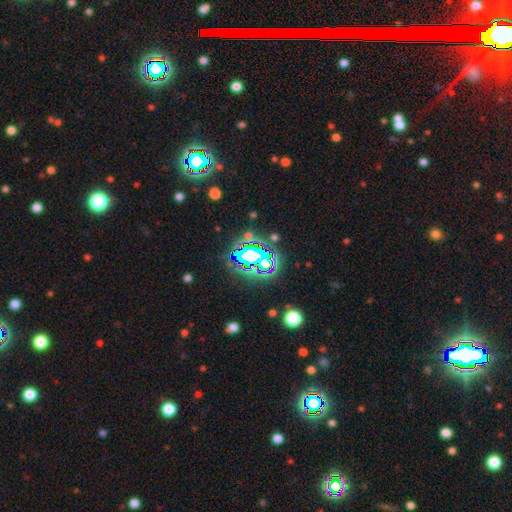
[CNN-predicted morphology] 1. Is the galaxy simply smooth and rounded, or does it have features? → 66% star or artifact, 18% smooth, 16% featured or disk.